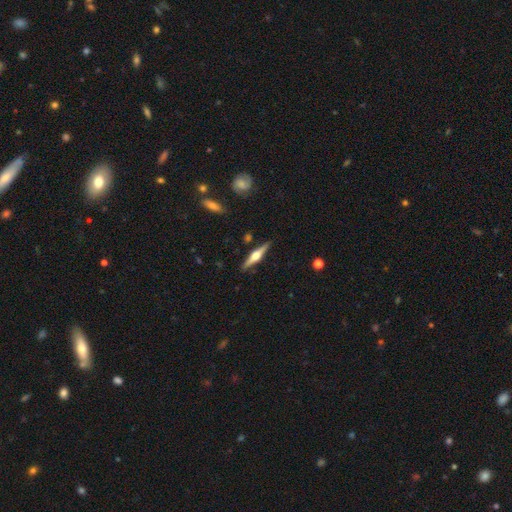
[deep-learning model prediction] This appears to be a featured or disk galaxy (75%) viewed edge-on (98%) with a rounded central bulge (93%). Merging: none (90%).